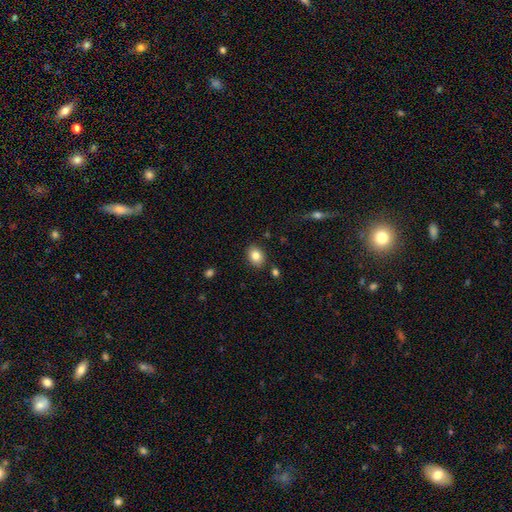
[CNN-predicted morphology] This is clearly a smooth galaxy (83%). How rounded: likely in between (65%). Merging: clearly none (86%).